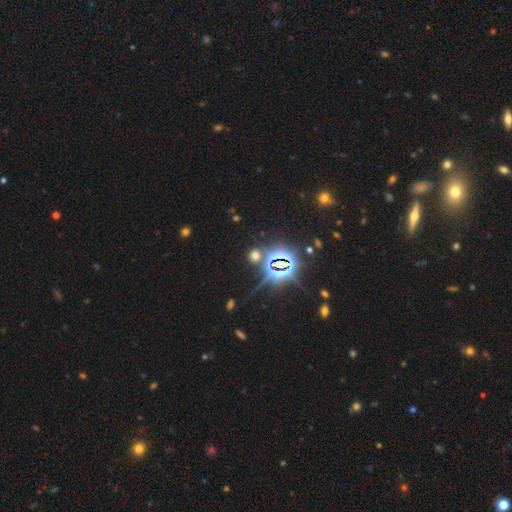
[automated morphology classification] A star or artifact, not a galaxy (55%).